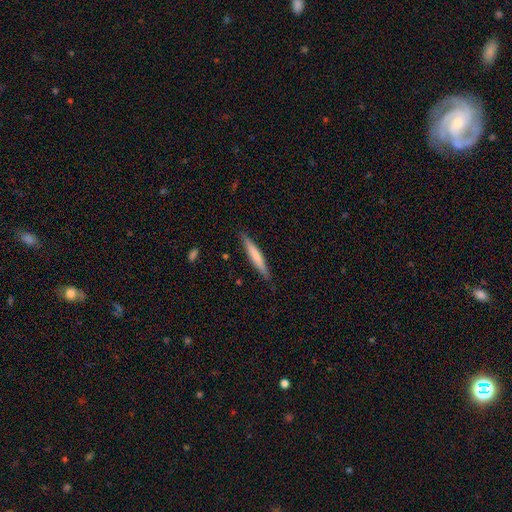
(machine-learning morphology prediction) This is likely a smooth galaxy (64%). How rounded: clearly cigar-shaped (95%). Merging: clearly none (89%).